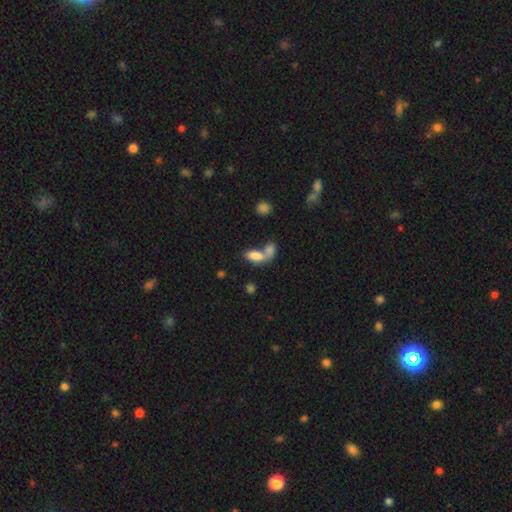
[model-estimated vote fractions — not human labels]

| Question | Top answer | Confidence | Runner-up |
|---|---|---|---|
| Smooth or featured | smooth | 81% | featured or disk (10%) |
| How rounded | in between | 86% | cigar-shaped (9%) |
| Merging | merger | 62% | none (25%) |